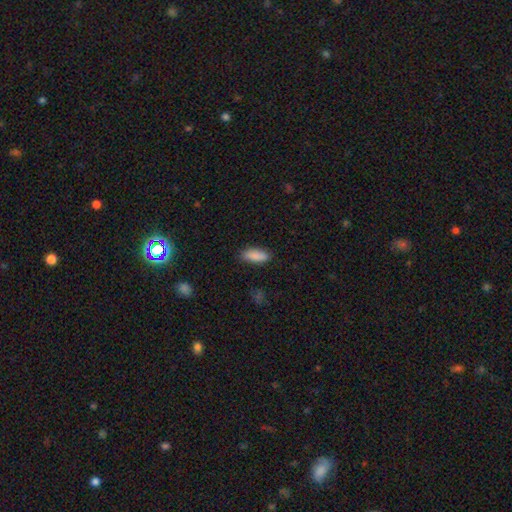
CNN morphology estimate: A smooth galaxy with no disk features (89%) that is in between round and cigar-shaped (72%).

Vote fractions:
- Smooth or featured? smooth: 89% / star or artifact: 7% / featured or disk: 5%
- How rounded? in between: 72% / cigar-shaped: 27% / round: 2%
- Merging? none: 85% / minor disturbance: 11% / major disturbance: 2% / merger: 1%